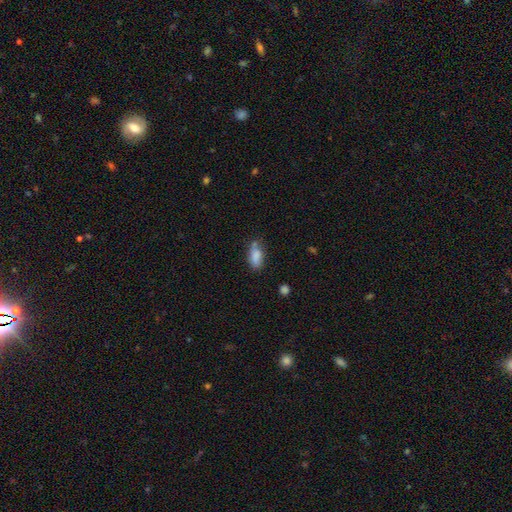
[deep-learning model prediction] This appears to be a smooth galaxy with no disk features (82%) that is in between round and cigar-shaped (84%). Merging: none (55%).